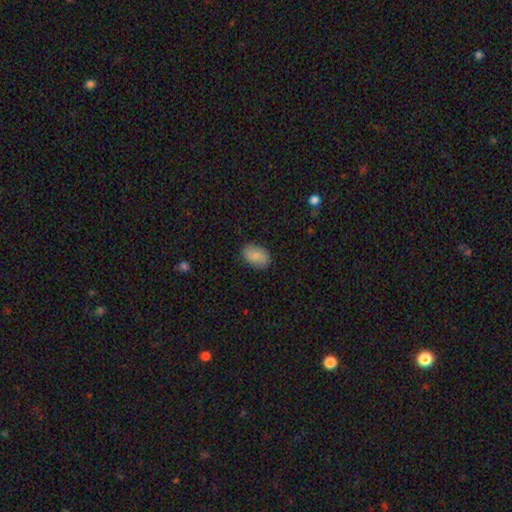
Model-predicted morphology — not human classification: Smooth or featured? Predicted: smooth (p=0.82). How rounded? Predicted: in between (p=0.89). Merging? Predicted: none (p=0.85).